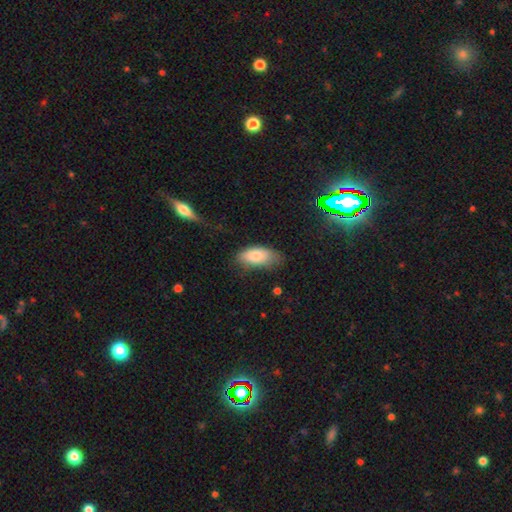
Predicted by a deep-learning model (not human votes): This is likely a smooth galaxy (80%). How rounded: clearly in between (90%). Merging: possibly none (59%).